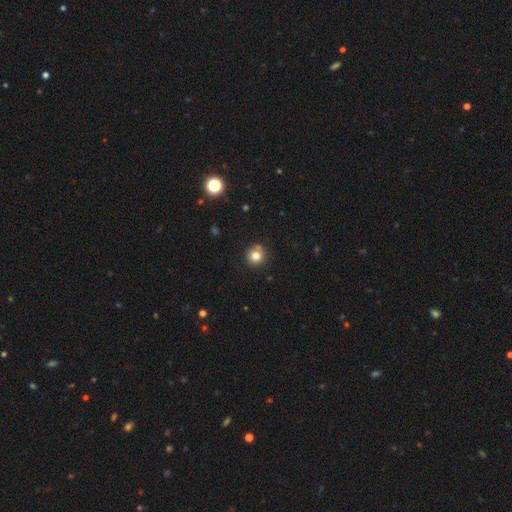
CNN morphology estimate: smooth 80%, star or artifact 12%, featured or disk 7%. Down the decision tree: how rounded — round (93%); merging — none (82%).